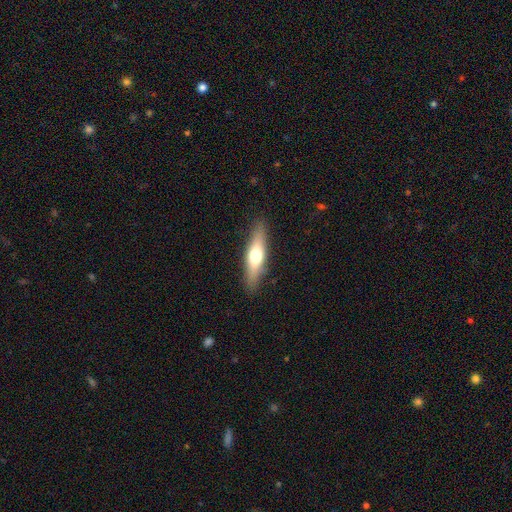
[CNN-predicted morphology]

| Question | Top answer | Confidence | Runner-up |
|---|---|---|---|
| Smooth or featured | smooth | 51% | featured or disk (43%) |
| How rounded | cigar-shaped | 68% | in between (30%) |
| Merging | none | 87% | minor disturbance (9%) |